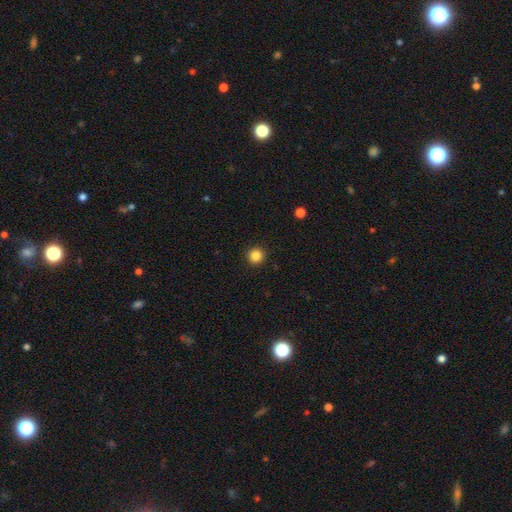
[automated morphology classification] smooth_or_featured: smooth (p=0.85) [alt: star or artifact p=0.11]
how_rounded: round (p=0.95) [alt: in between p=0.04]
merging: none (p=0.93) [alt: minor disturbance p=0.04]